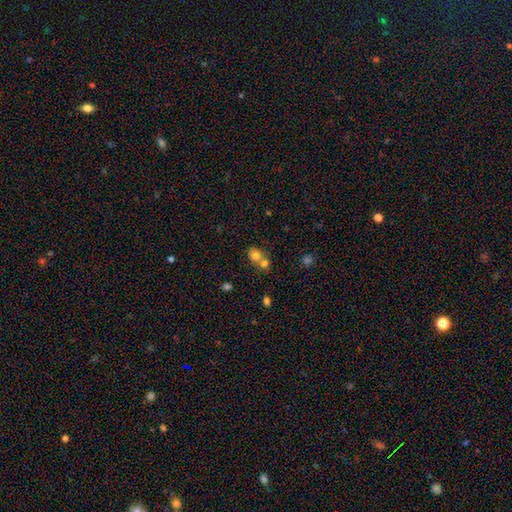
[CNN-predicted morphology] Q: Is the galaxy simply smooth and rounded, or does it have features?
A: smooth — 76%.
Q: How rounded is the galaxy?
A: round — 63%.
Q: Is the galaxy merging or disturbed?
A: merger — 55%.